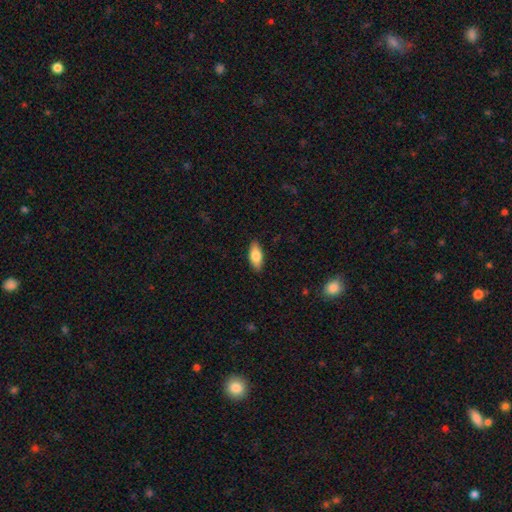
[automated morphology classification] smooth_or_featured: smooth (p=0.79) [alt: featured or disk p=0.14]
how_rounded: in between (p=0.83) [alt: cigar-shaped p=0.15]
merging: none (p=0.89) [alt: minor disturbance p=0.09]